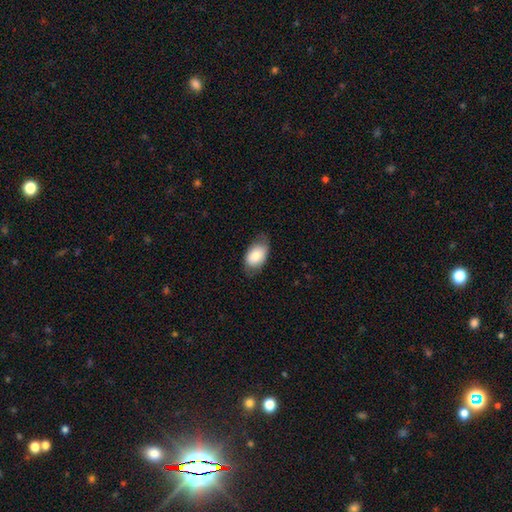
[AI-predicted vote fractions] Overall: smooth (79%). How rounded: in between (89%). Merging: none (70%).